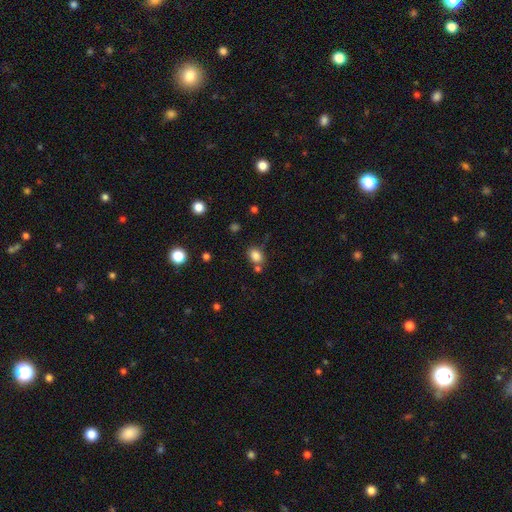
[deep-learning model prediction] A smooth galaxy with no disk features (82%) that is in between round and cigar-shaped (60%). Merging: none (66%).